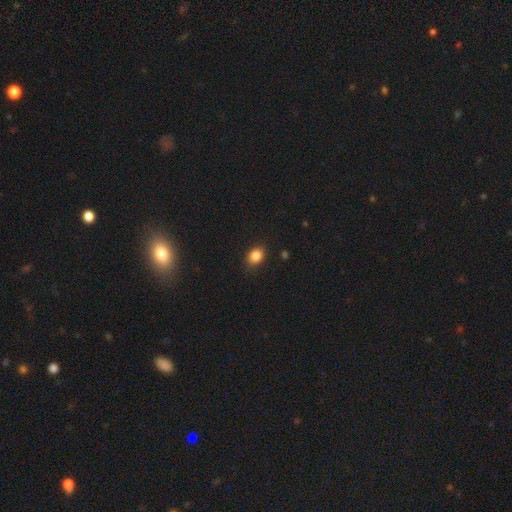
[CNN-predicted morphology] This appears to be a smooth galaxy with no disk features (85%) that is in between round and cigar-shaped (62%). Merging: none (85%).